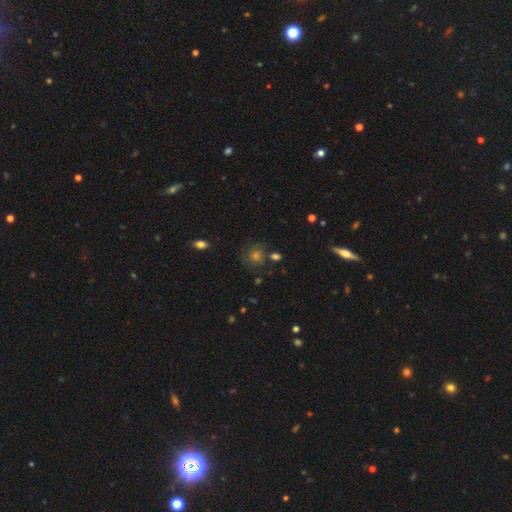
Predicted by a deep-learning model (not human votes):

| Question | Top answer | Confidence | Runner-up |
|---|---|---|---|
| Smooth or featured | smooth | 50% | star or artifact (28%) |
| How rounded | round | 87% | in between (12%) |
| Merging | none | 78% | minor disturbance (12%) |